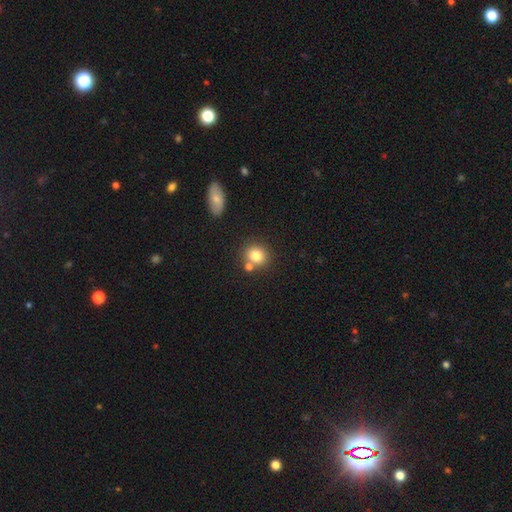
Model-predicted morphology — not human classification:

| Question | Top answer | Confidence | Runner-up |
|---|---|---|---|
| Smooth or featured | smooth | 81% | star or artifact (11%) |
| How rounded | round | 83% | in between (16%) |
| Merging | none | 68% | merger (20%) |